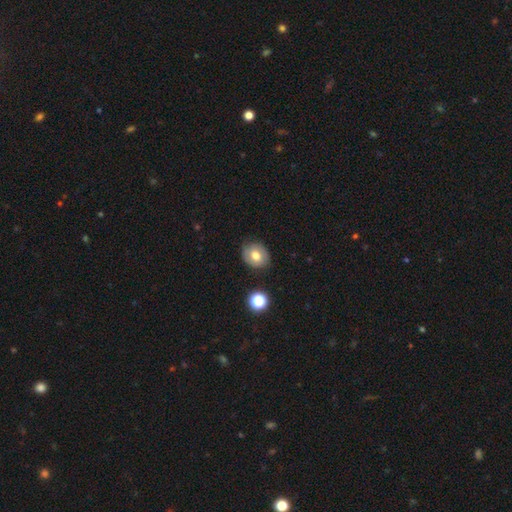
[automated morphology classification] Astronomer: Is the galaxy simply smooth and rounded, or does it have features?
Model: smooth — 62%.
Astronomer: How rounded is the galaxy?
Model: round — 63%.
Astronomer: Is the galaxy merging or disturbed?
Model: none — 79%.